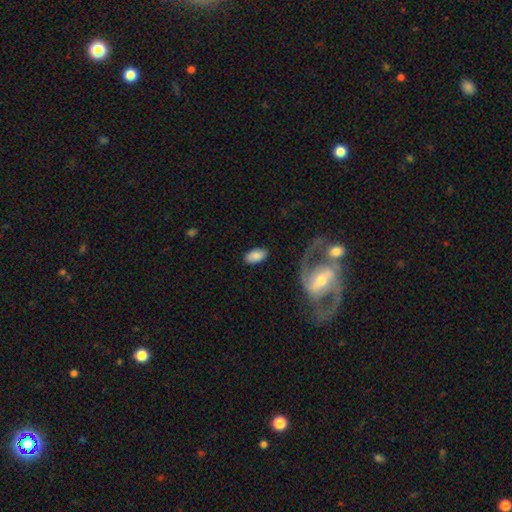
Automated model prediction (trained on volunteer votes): smooth_or_featured: smooth (p=0.83) [alt: featured or disk p=0.11]
how_rounded: in between (p=0.95) [alt: round p=0.03]
merging: none (p=0.81) [alt: minor disturbance p=0.11]